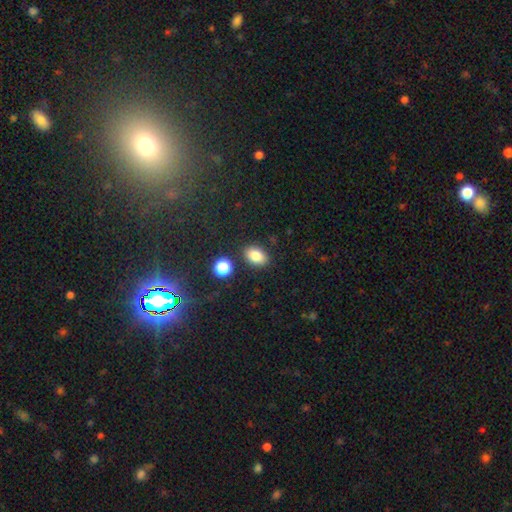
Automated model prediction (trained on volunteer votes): This is clearly a smooth galaxy (85%). How rounded: clearly in between (84%). Merging: clearly none (83%).